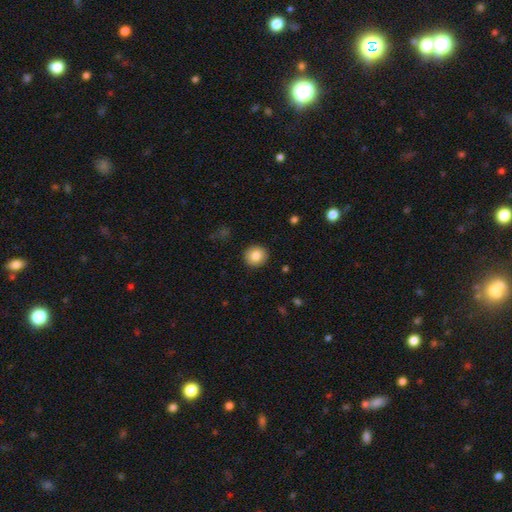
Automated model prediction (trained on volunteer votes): Q: Smooth or featured?
A: smooth (85%); runner-up: star or artifact (9%)
Q: How rounded?
A: round (90%); runner-up: in between (9%)
Q: Merging?
A: none (92%); runner-up: minor disturbance (6%)